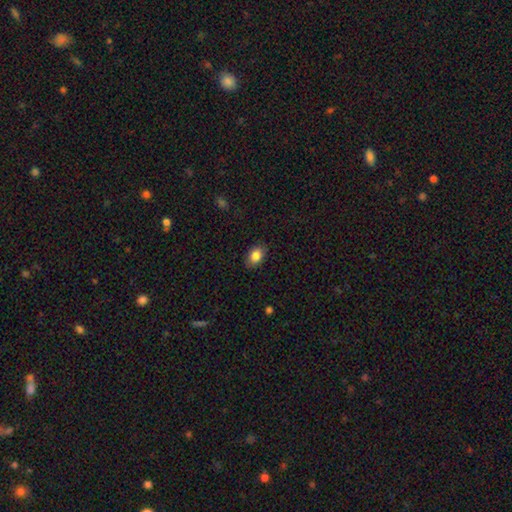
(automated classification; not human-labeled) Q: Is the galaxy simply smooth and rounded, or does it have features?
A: smooth — 84%.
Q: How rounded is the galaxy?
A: in between — 83%.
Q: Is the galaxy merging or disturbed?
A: none — 84%.